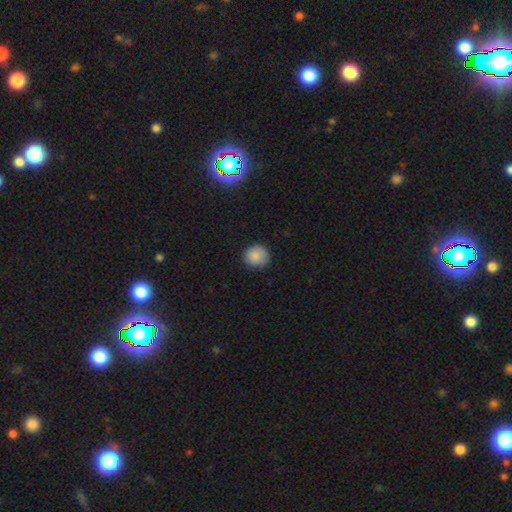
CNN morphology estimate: The model was most divided on "merging": none: 85%, minor disturbance: 12%, major disturbance: 2%, merger: 1%. More confident: how rounded — round (89%); smooth or featured — smooth (86%).